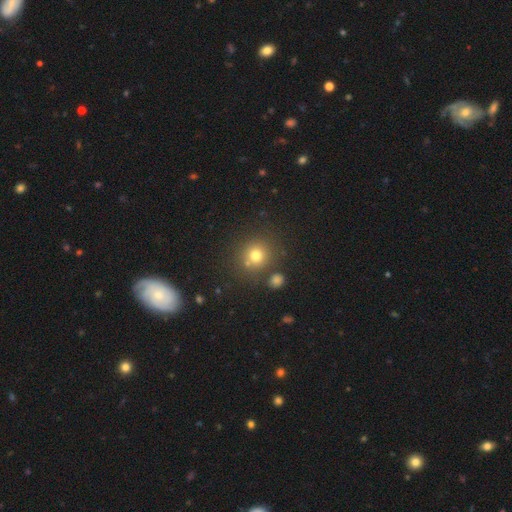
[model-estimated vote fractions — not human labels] A smooth galaxy with no disk features (75%) that is round (88%).

Vote fractions:
- Smooth or featured? smooth: 75% / star or artifact: 16% / featured or disk: 9%
- How rounded? round: 88% / in between: 11% / cigar-shaped: 1%
- Merging? none: 73% / merger: 14% / minor disturbance: 10% / major disturbance: 4%